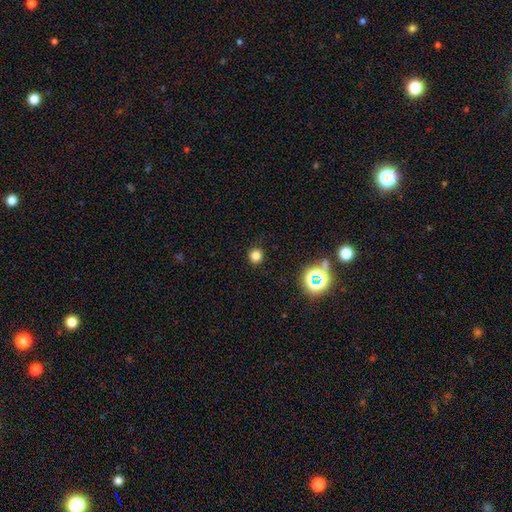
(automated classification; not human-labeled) smooth-or-featured: smooth: 78% | star or artifact: 18% | featured or disk: 5%
  how-rounded: round: 93% | in between: 6% | cigar-shaped: 1%
  merging: none: 90% | minor disturbance: 6% | major disturbance: 2% | merger: 1%